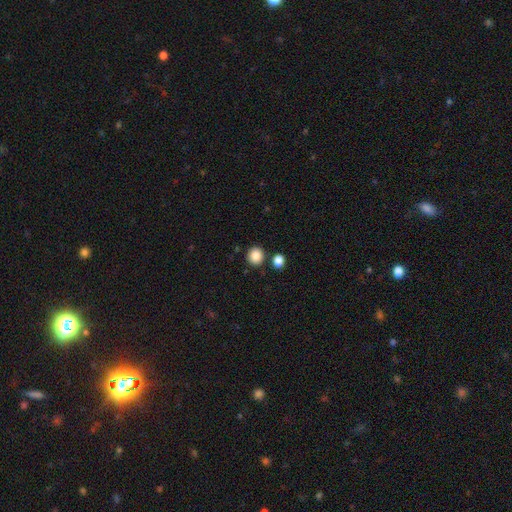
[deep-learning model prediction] A smooth galaxy with no disk features (86%) that is round (89%). Merging: none (85%).